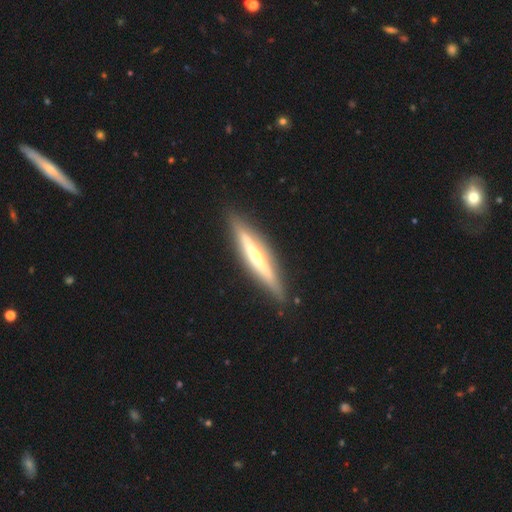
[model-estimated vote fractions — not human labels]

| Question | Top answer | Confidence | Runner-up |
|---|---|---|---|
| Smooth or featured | featured or disk | 72% | smooth (22%) |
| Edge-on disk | yes | 95% | no (5%) |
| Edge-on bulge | rounded | 71% | none (21%) |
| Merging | none | 88% | minor disturbance (9%) |